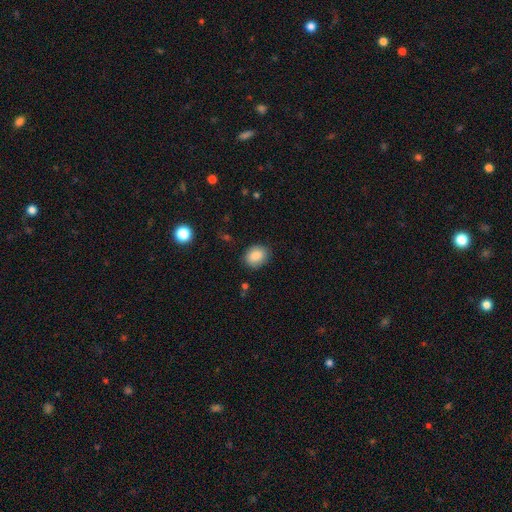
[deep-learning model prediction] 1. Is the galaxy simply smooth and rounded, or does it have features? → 87% smooth, 8% star or artifact, 5% featured or disk.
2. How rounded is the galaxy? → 53% in between, 46% round, 1% cigar-shaped.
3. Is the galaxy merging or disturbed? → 86% none, 10% minor disturbance, 3% major disturbance, 1% merger.